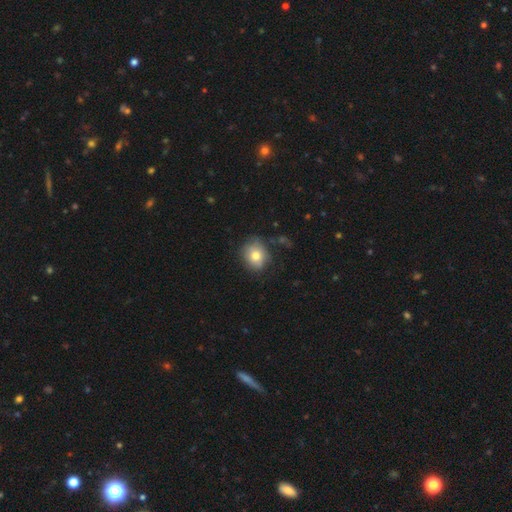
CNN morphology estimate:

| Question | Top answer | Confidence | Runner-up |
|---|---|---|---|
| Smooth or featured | smooth | 76% | featured or disk (15%) |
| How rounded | round | 68% | in between (31%) |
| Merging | none | 71% | minor disturbance (21%) |